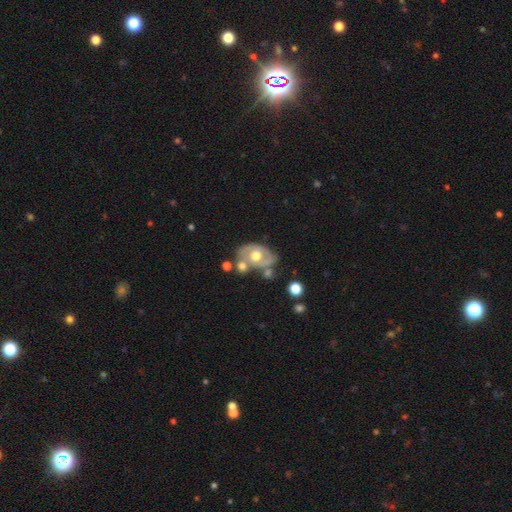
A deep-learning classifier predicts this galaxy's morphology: Smooth or featured? Predicted: featured or disk (p=0.62). Edge-on disk? Predicted: no (p=0.94). Bar? Predicted: no (p=0.83). Spiral arms? Predicted: no (p=0.59). Bulge size? Predicted: moderate (p=0.67). Merging? Predicted: none (p=0.48).